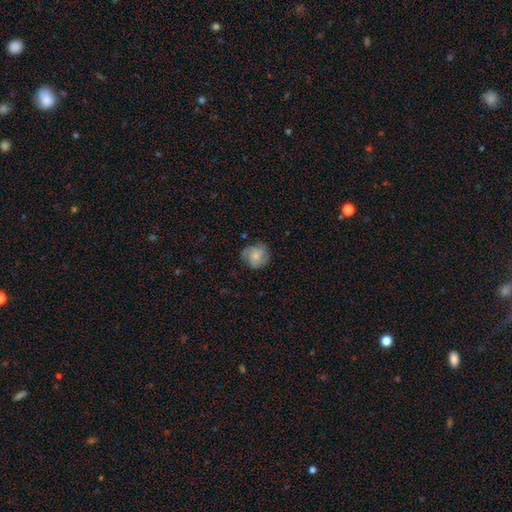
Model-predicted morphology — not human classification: A smooth galaxy with no disk features (57%) that is round (84%). Merging: none (67%).